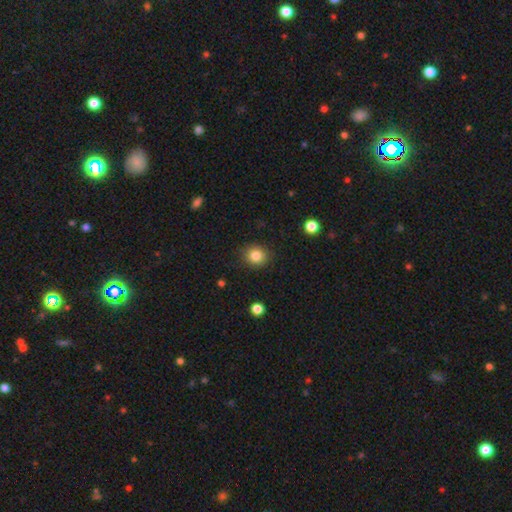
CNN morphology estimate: A smooth galaxy with no disk features (84%) that is round (81%). Merging: none (88%).